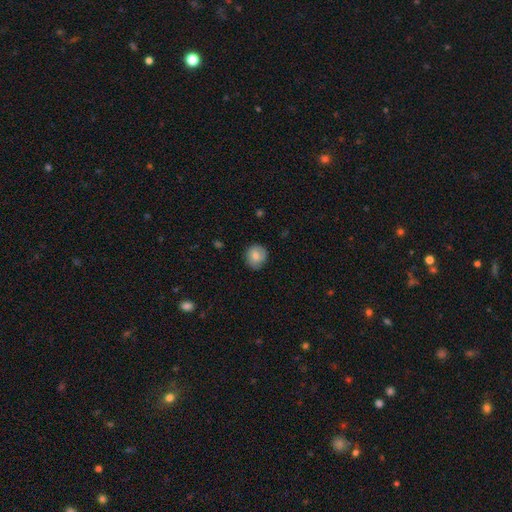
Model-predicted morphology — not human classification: Overall: smooth (79%). How rounded: round (85%). Merging: none (82%).